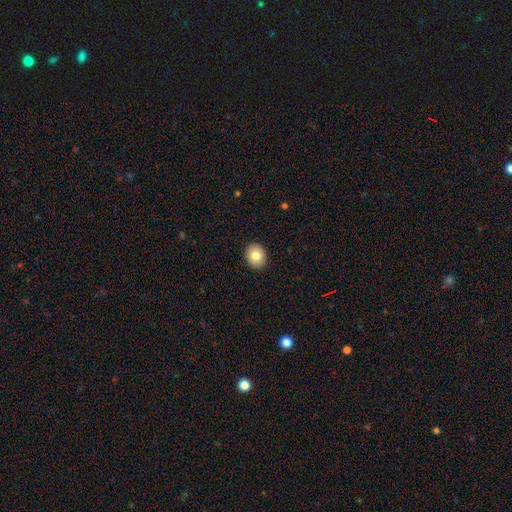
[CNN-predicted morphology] This is clearly a smooth galaxy (82%). How rounded: possibly round (57%). Merging: clearly none (91%).